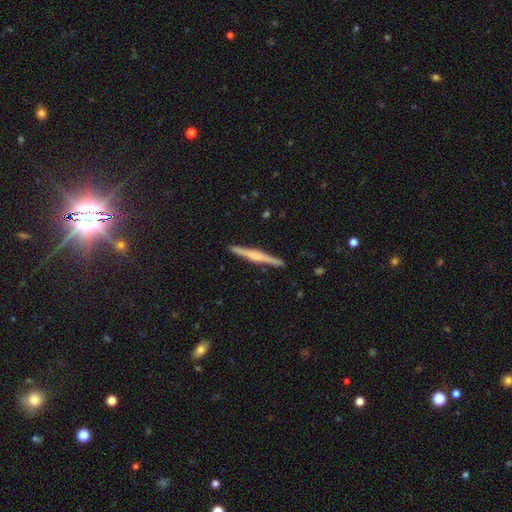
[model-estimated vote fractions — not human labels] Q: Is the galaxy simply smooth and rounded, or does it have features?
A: featured or disk — 68%.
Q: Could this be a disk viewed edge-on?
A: yes — 98%.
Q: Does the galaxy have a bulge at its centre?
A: rounded — 59%.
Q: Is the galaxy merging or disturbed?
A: none — 92%.